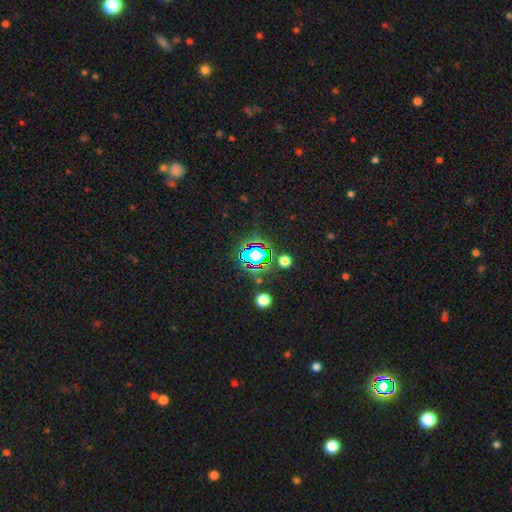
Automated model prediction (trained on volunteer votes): This is likely a star or artifact rather than a galaxy (66%).